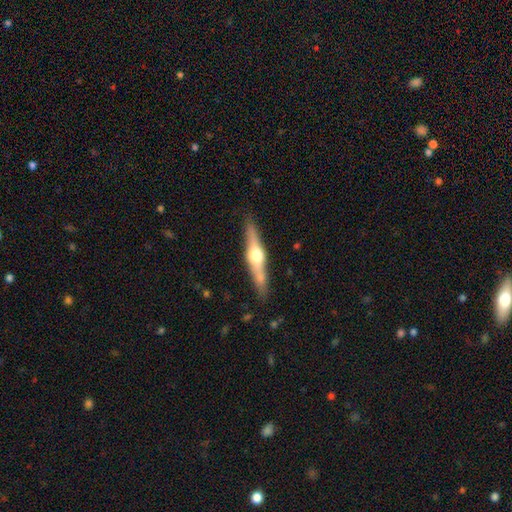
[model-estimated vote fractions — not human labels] featured or disk 73%, smooth 21%, star or artifact 5%. Down the decision tree: edge-on disk — yes (97%); edge-on bulge — rounded (94%); merging — none (87%).